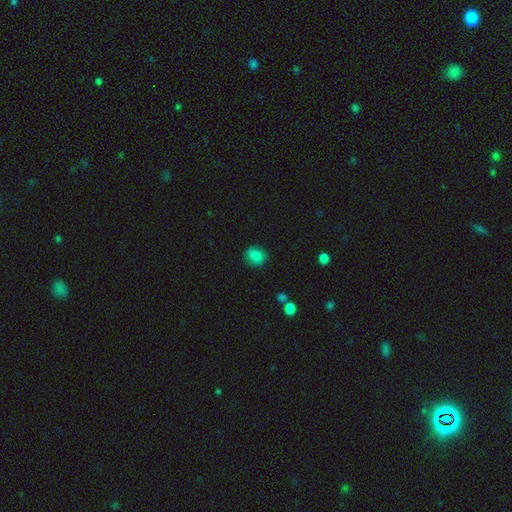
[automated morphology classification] This is clearly a smooth galaxy (85%). How rounded: likely round (69%). Merging: clearly none (85%).